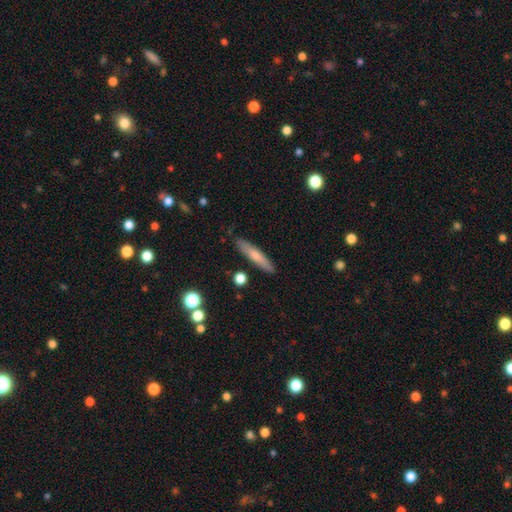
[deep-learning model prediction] Q: Smooth or featured?
A: smooth (64%); runner-up: featured or disk (29%)
Q: How rounded?
A: cigar-shaped (88%); runner-up: in between (10%)
Q: Merging?
A: none (87%); runner-up: minor disturbance (9%)